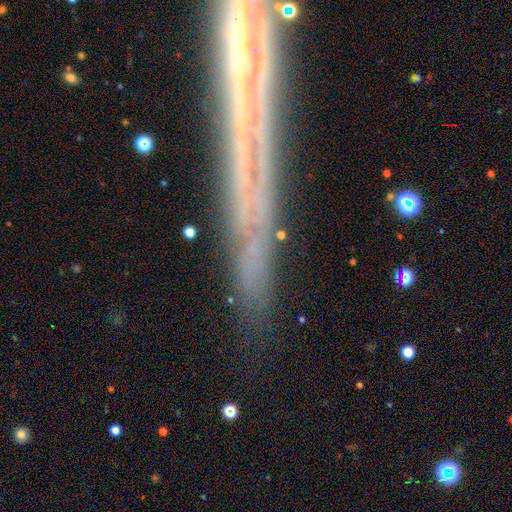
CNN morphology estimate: Smooth or featured: featured or disk — 50% (star or artifact — 27%)
Edge-on disk: yes — 78% (no — 22%)
Merging: none — 84% (minor disturbance — 11%)